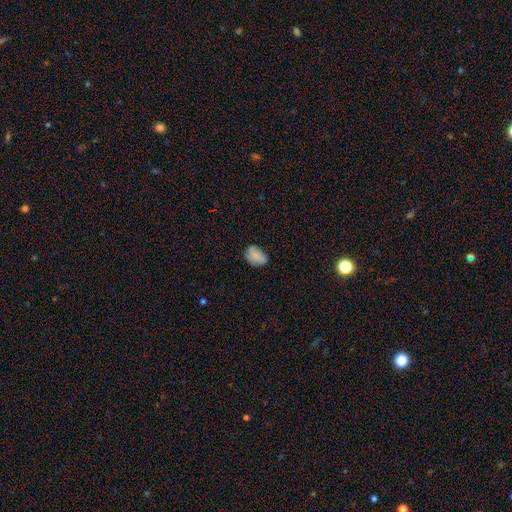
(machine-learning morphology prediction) smooth-or-featured: smooth: 80% | featured or disk: 10% | star or artifact: 9%
  how-rounded: in between: 80% | round: 19% | cigar-shaped: 1%
  merging: none: 61% | minor disturbance: 30% | major disturbance: 7% | merger: 2%